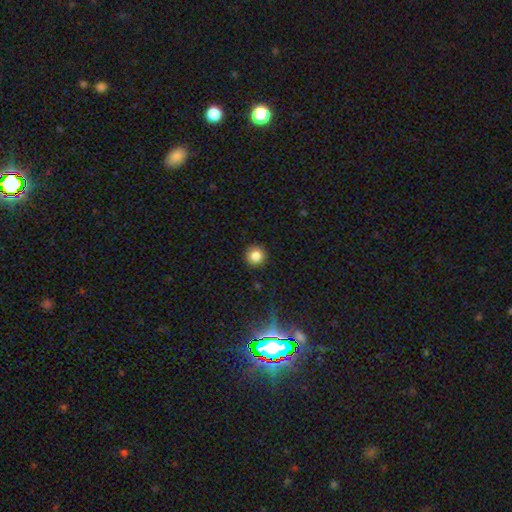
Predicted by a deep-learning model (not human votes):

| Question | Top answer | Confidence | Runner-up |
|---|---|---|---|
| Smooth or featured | smooth | 83% | star or artifact (12%) |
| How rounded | round | 95% | in between (4%) |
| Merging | none | 92% | minor disturbance (5%) |